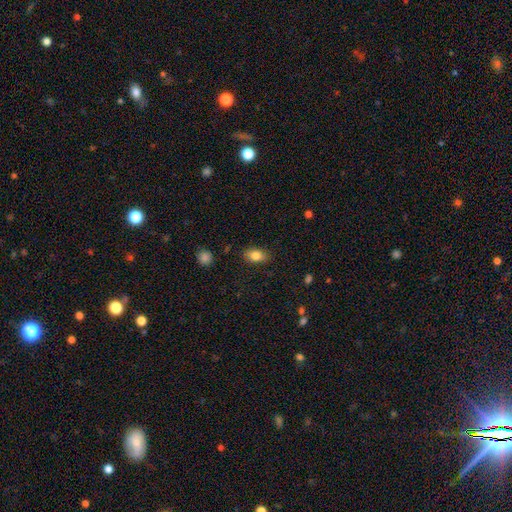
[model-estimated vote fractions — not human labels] smooth-or-featured: smooth: 83% | star or artifact: 8% | featured or disk: 8%
  how-rounded: in between: 85% | round: 13% | cigar-shaped: 2%
  merging: none: 85% | minor disturbance: 11% | major disturbance: 3% | merger: 1%